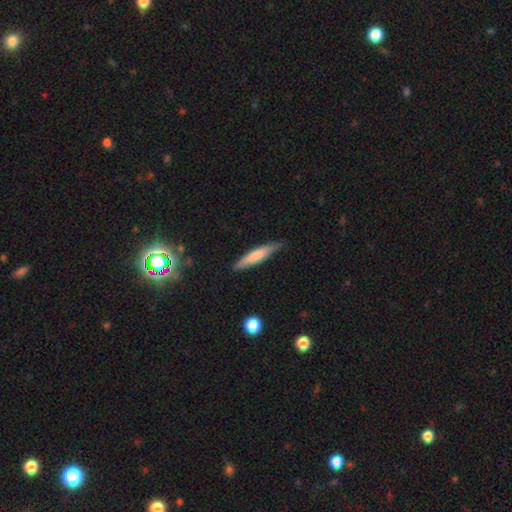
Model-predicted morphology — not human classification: Smooth or featured? Predicted: smooth (p=0.66). How rounded? Predicted: cigar-shaped (p=0.87). Merging? Predicted: none (p=0.83).